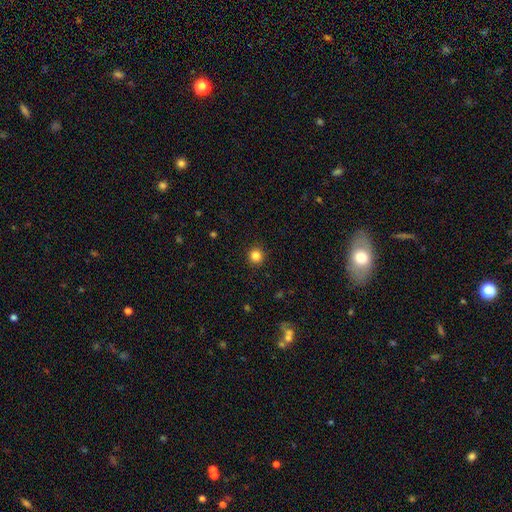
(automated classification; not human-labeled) Smooth or featured?
  - smooth: 84% *
  - star or artifact: 12%
  - featured or disk: 4%
How rounded?
  - round: 94% *
  - in between: 5%
  - cigar-shaped: 1%
Merging?
  - none: 92% *
  - minor disturbance: 5%
  - major disturbance: 2%
  - merger: 1%